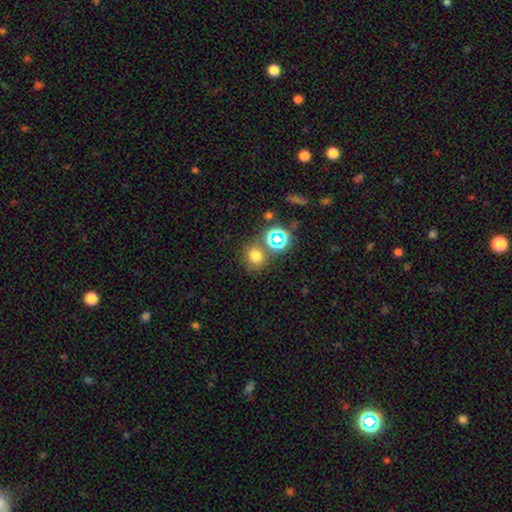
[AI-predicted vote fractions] This appears to be a smooth galaxy with no disk features (69%) that is round (79%). Merging: none (69%).